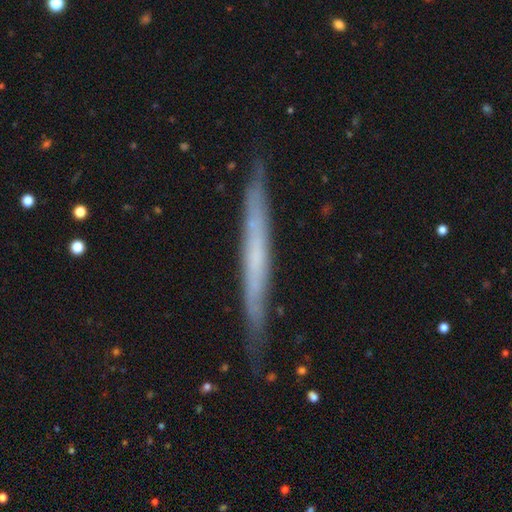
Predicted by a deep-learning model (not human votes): This is likely a featured or disk galaxy (61%). It is clearly viewed edge-on (93%). Edge-on bulge: clearly none (85%). Merging: clearly none (85%).